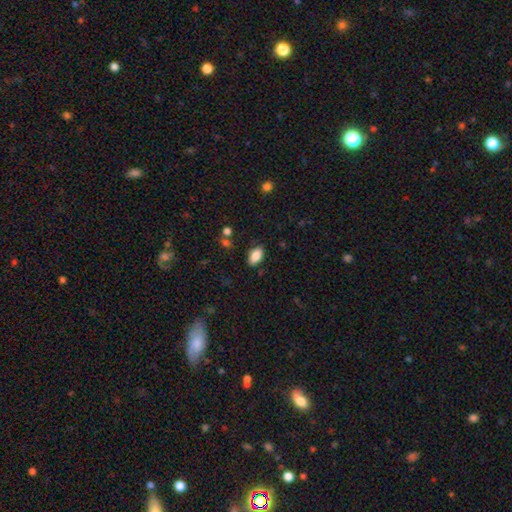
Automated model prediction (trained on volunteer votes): Smooth or featured: smooth — 86% (star or artifact — 8%)
How rounded: in between — 92% (cigar-shaped — 4%)
Merging: none — 83% (minor disturbance — 12%)